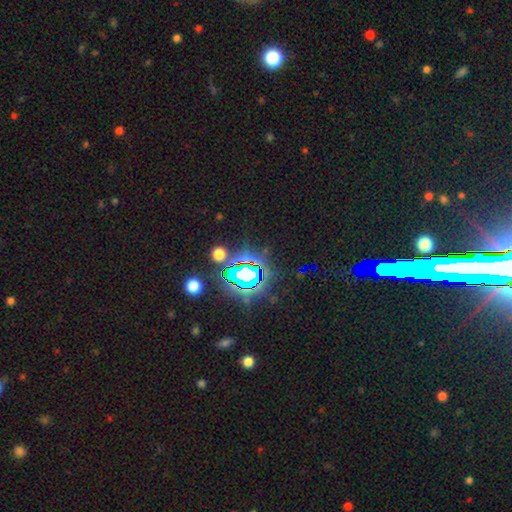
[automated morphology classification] Overall: star or artifact (82%).